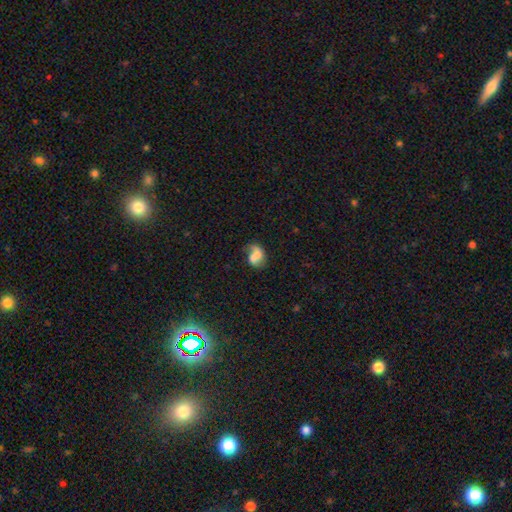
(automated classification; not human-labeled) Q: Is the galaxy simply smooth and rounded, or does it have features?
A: featured or disk — 46%.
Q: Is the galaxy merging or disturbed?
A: none — 40%.